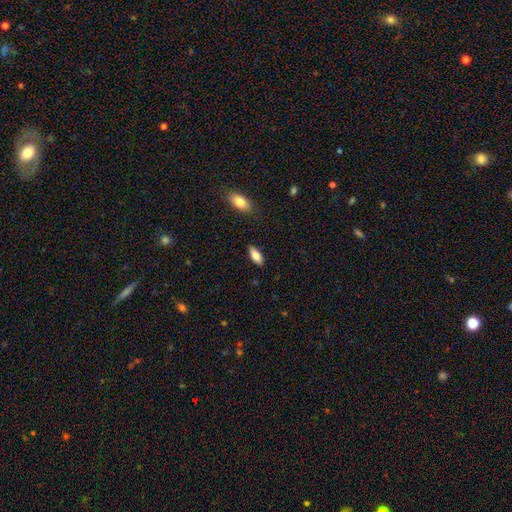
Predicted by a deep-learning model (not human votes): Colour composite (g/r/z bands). It shows a smooth galaxy with no disk features (81%) that is in between round and cigar-shaped (80%). Merging: none (87%).